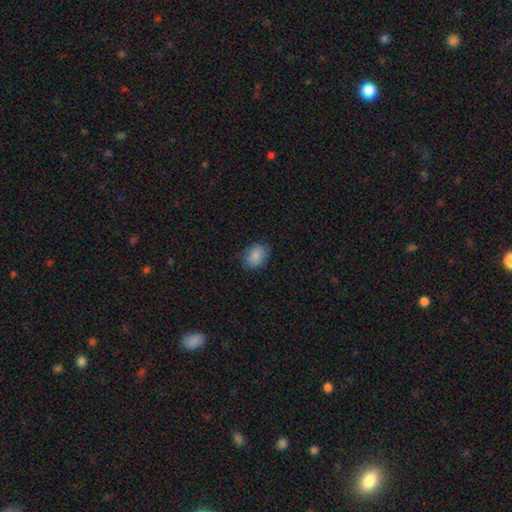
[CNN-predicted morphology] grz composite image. It shows a smooth galaxy with no disk features (88%) that is in between round and cigar-shaped (70%). Merging: none (79%).